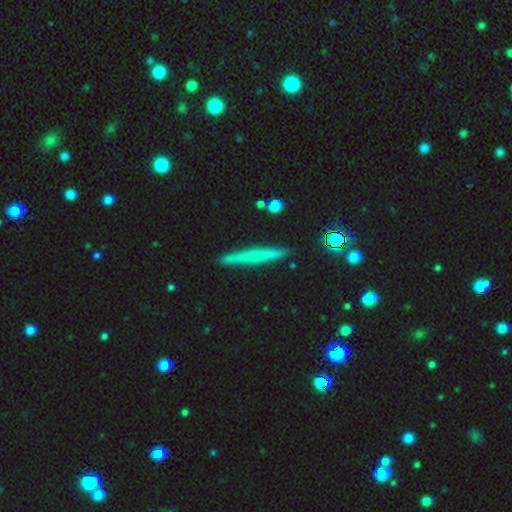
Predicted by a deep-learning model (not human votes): The model was most divided on "smooth or featured": smooth: 59%, featured or disk: 32%, star or artifact: 9%. More confident: how rounded — cigar-shaped (96%); merging — none (90%).